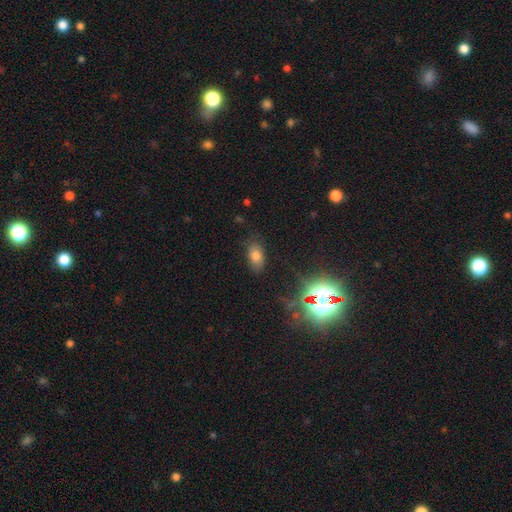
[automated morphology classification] This is likely a smooth galaxy (73%). How rounded: clearly in between (89%). Merging: likely none (78%).